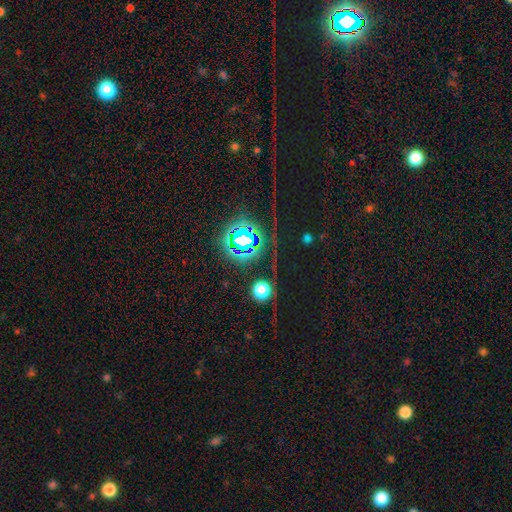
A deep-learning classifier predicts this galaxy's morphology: smooth-or-featured: star or artifact: 80% | smooth: 13% | featured or disk: 7%